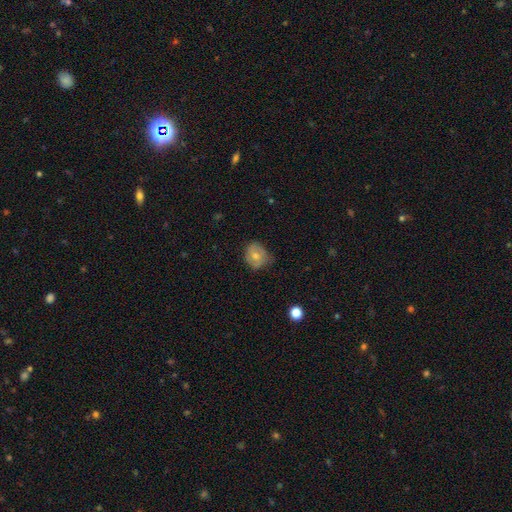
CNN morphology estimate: The model was most divided on "how rounded": round: 61%, in between: 38%, cigar-shaped: 1%. More confident: smooth or featured — smooth (62%); merging — none (59%).